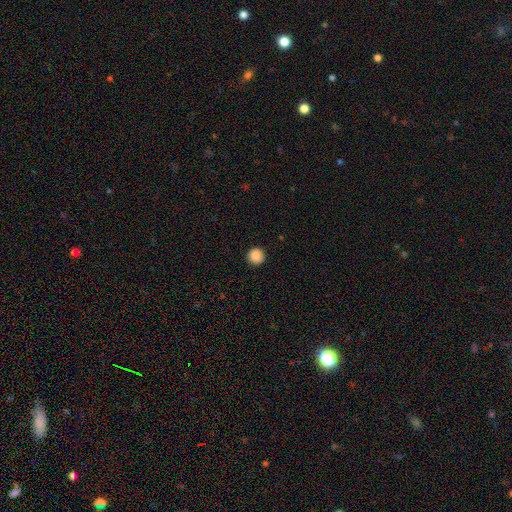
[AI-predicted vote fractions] Smooth or featured: smooth — 89% (star or artifact — 9%)
How rounded: round — 96% (in between — 4%)
Merging: none — 93% (minor disturbance — 4%)